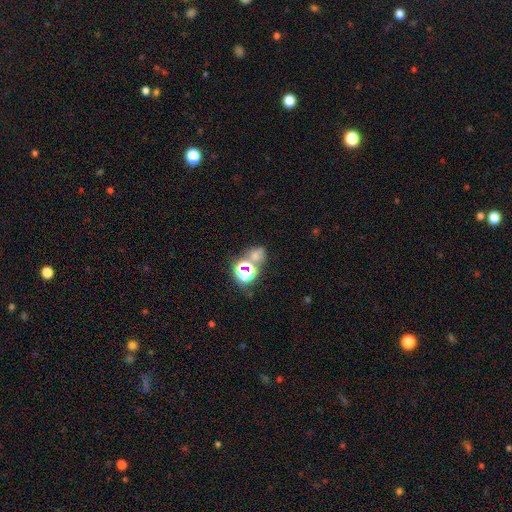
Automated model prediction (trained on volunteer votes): This appears to be a smooth galaxy with no disk features (48%). Merging: none (49%).